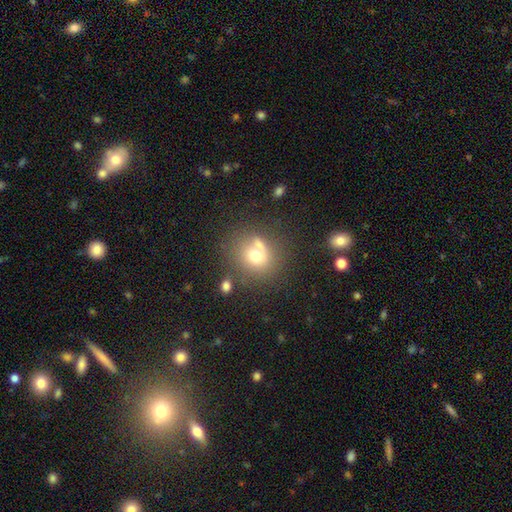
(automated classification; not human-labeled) A smooth galaxy with no disk features (68%) that is round (76%). Merging: none (53%).